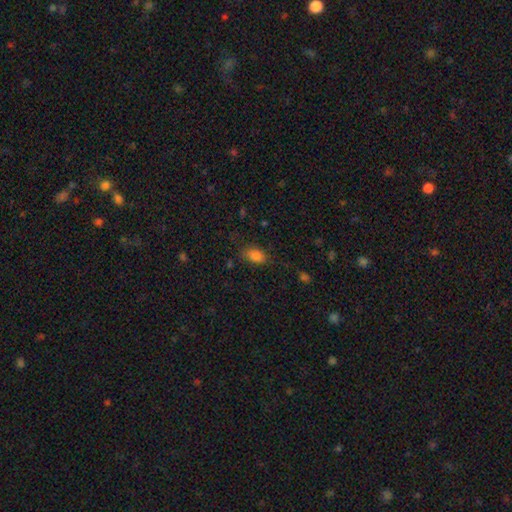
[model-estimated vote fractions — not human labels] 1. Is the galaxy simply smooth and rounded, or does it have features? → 82% smooth, 11% star or artifact, 7% featured or disk.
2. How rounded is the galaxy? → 85% in between, 12% round, 3% cigar-shaped.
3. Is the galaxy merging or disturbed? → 67% none, 23% minor disturbance, 8% major disturbance, 3% merger.